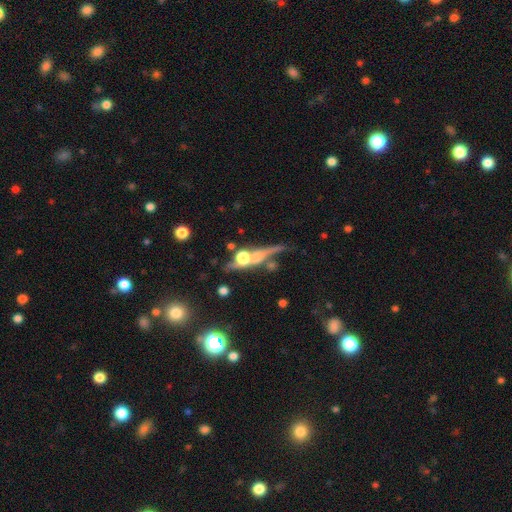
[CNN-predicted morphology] Smooth or featured? Predicted: featured or disk (p=0.51). Edge-on disk? Predicted: yes (p=0.69). Merging? Predicted: none (p=0.40).